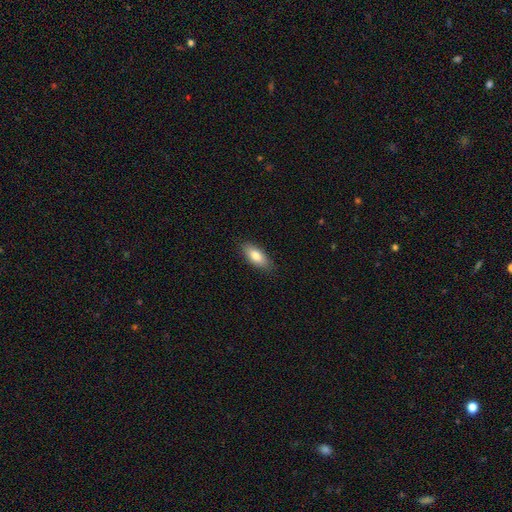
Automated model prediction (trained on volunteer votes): This is clearly a smooth galaxy (82%). How rounded: clearly in between (82%). Merging: clearly none (86%).